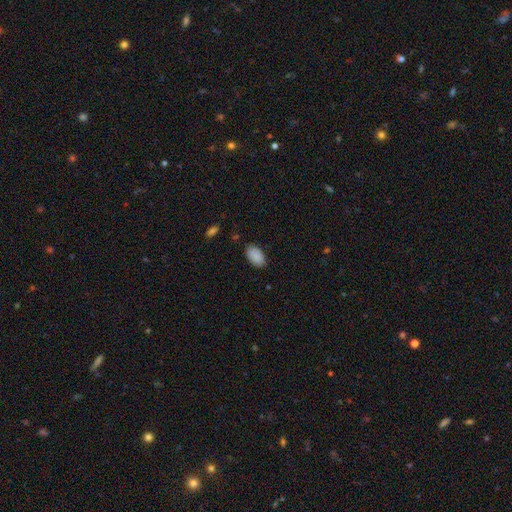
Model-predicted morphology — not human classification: Smooth or featured?
  - smooth: 90% *
  - star or artifact: 7%
  - featured or disk: 3%
How rounded?
  - in between: 94% *
  - round: 4%
  - cigar-shaped: 2%
Merging?
  - none: 85% *
  - minor disturbance: 11%
  - major disturbance: 3%
  - merger: 1%